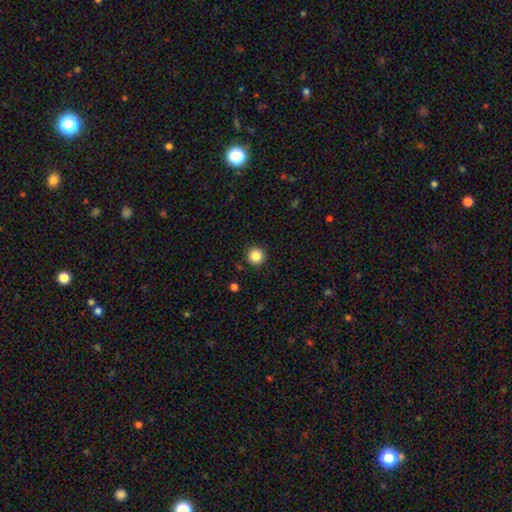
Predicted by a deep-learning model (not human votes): This appears to be a smooth galaxy with no disk features (85%) that is round (95%). Merging: none (91%).